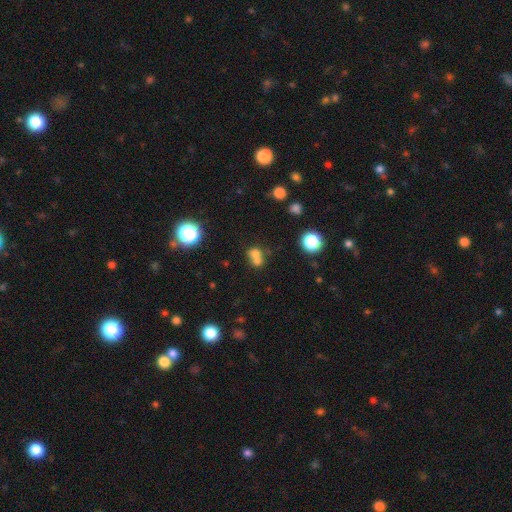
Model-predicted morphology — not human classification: type=smooth (66%); roundness=round (69%); merging=merger (62%).